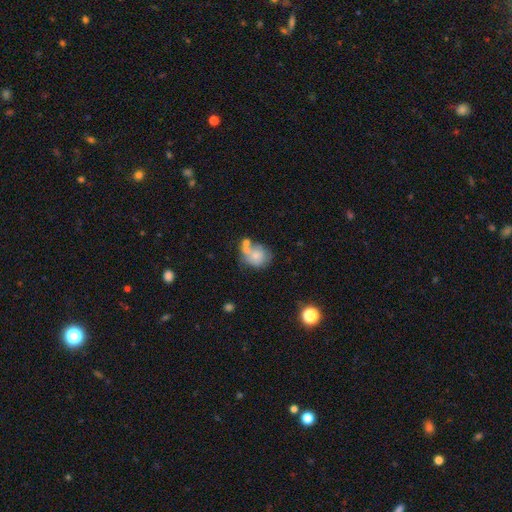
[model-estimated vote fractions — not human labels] A smooth galaxy with no disk features (63%) that is round (62%). Merging: merger (40%).